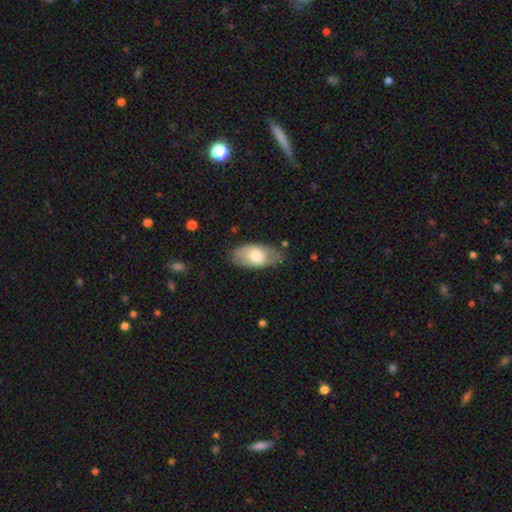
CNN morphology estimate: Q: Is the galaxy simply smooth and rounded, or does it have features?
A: smooth — 69%.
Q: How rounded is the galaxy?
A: in between — 92%.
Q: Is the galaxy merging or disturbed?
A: none — 70%.